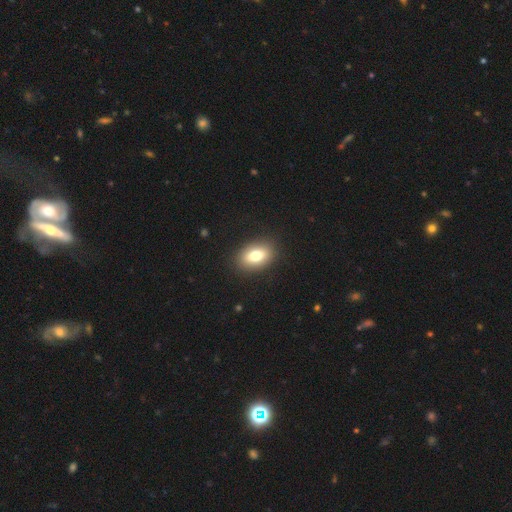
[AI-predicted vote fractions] This is likely a smooth galaxy (76%). How rounded: clearly in between (85%). Merging: clearly none (89%).